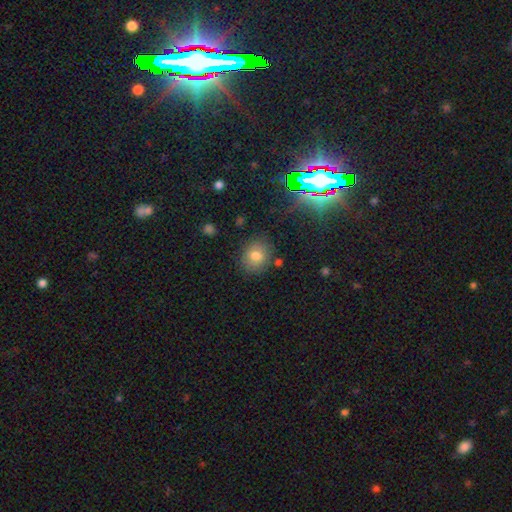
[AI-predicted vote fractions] Smooth or featured? smooth (76%)
How rounded? round (72%)
Merging? none (83%)